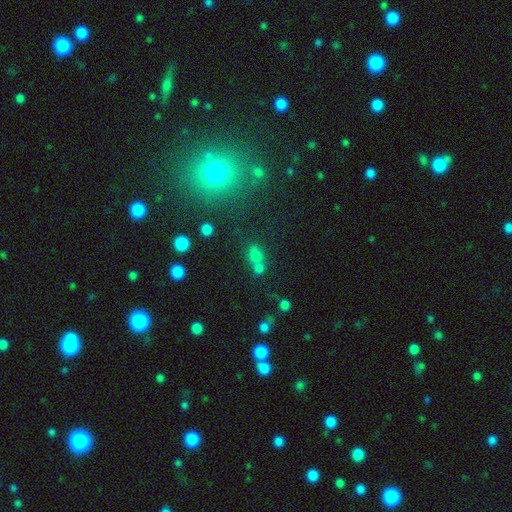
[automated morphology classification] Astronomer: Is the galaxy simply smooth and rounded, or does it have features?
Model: smooth — 66%.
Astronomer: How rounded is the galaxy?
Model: round — 53% (runner-up: in between, 45%).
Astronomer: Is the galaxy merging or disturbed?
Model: merger — 47% (runner-up: none, 38%).